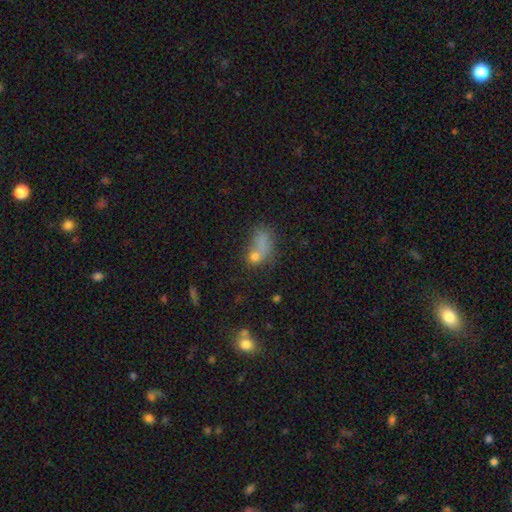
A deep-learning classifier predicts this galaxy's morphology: A smooth galaxy with no disk features (66%) that is in between round and cigar-shaped (67%). Merging: merger (35%).